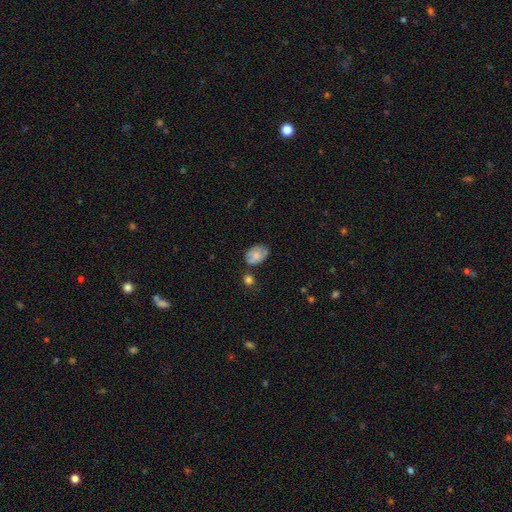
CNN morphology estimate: Smooth or featured? smooth (74%)
How rounded? in between (82%)
Merging? none (61%)